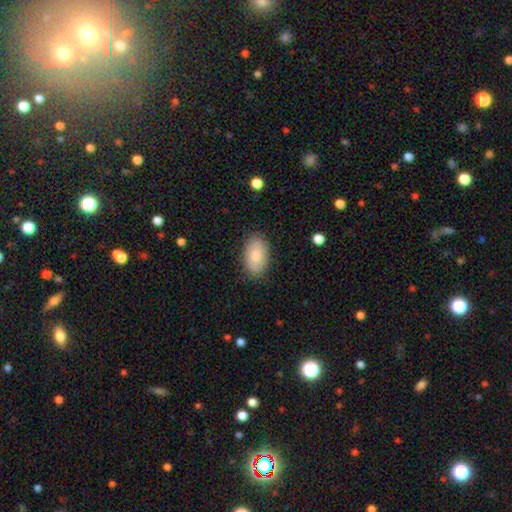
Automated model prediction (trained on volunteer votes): smooth-or-featured: smooth: 84% | featured or disk: 10% | star or artifact: 6%
  how-rounded: in between: 94% | round: 5% | cigar-shaped: 1%
  merging: none: 86% | minor disturbance: 11% | major disturbance: 3% | merger: 1%